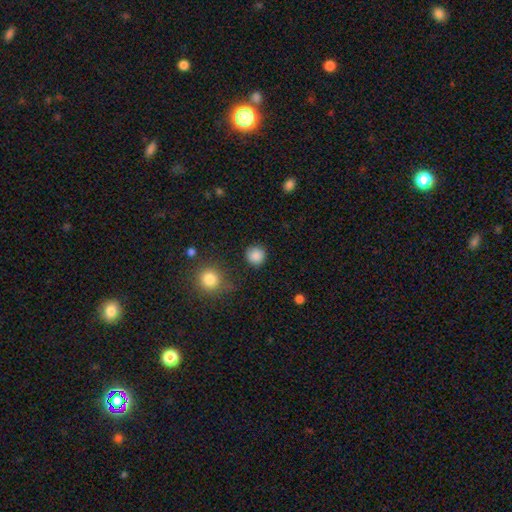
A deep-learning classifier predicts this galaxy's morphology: Smooth or featured: smooth — 87% (star or artifact — 10%)
How rounded: round — 94% (in between — 5%)
Merging: none — 87% (minor disturbance — 8%)